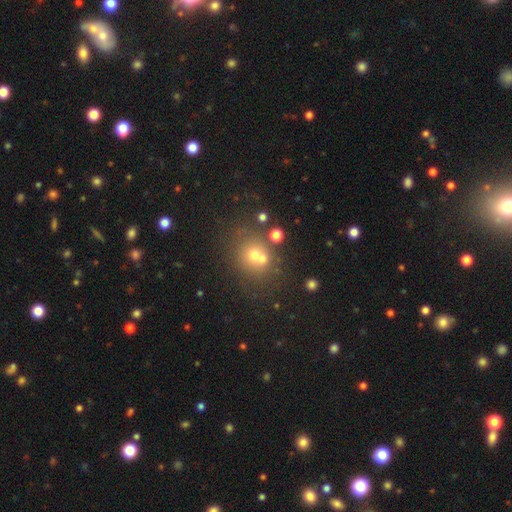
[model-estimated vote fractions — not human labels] Smooth or featured? smooth (60%)
How rounded? round (75%)
Merging? none (49%)